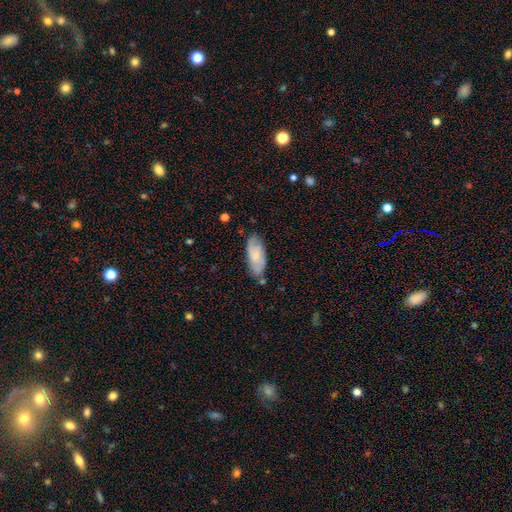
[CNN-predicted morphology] This is possibly a smooth galaxy (59%). How rounded: clearly in between (84%). Merging: likely none (71%).